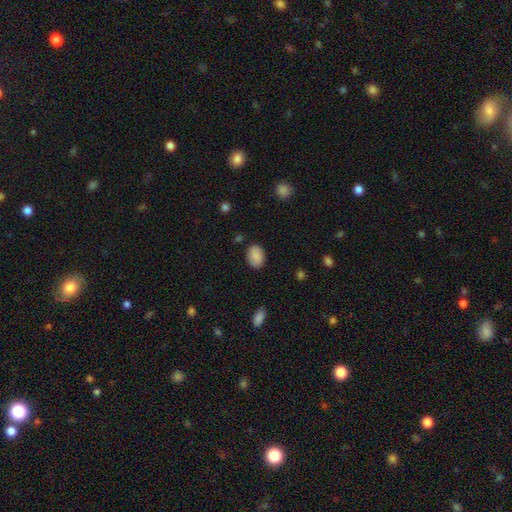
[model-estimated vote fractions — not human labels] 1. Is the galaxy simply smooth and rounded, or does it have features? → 88% smooth, 7% star or artifact, 5% featured or disk.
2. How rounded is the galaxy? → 81% in between, 18% round, 1% cigar-shaped.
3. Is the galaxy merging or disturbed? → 84% none, 12% minor disturbance, 3% major disturbance, 2% merger.